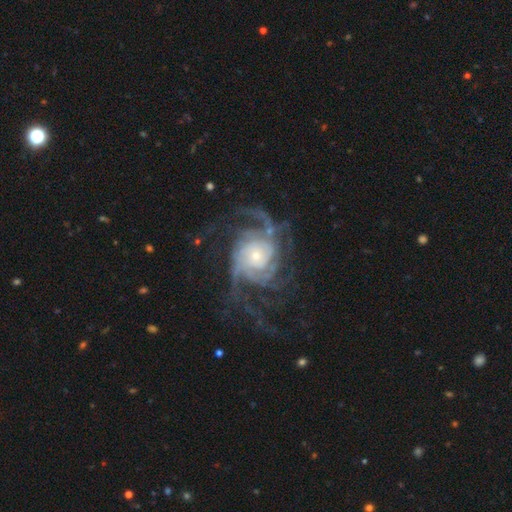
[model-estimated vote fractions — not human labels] A featured or disk galaxy (90%) with no bar (73%), 4 (24%) tight (48%) spiral arms (98%) and a small central bulge (57%).

Vote fractions:
- Smooth or featured? featured or disk: 90% / star or artifact: 6% / smooth: 4%
- Edge-on disk? no: 97% / yes: 3%
- Bar? no: 73% / weak: 20% / strong: 7%
- Spiral arms? yes: 98% / no: 2%
- Spiral winding? tight: 48% / medium: 38% / loose: 14%
- Spiral arm count? 4: 24% / 3: 23% / can't tell: 18% / 2: 15% / more than 4: 11% / 1: 8%
- Bulge size? small: 57% / moderate: 30% / large: 9% / none: 2% / dominant: 2%
- Merging? none: 61% / major disturbance: 22% / minor disturbance: 15% / merger: 2%